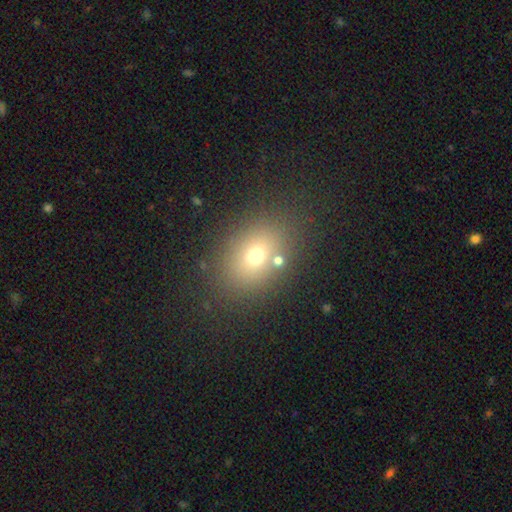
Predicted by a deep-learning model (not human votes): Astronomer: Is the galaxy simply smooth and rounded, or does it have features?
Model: smooth — 68%.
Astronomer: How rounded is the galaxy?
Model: in between — 65%.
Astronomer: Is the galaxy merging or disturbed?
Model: none — 79%.